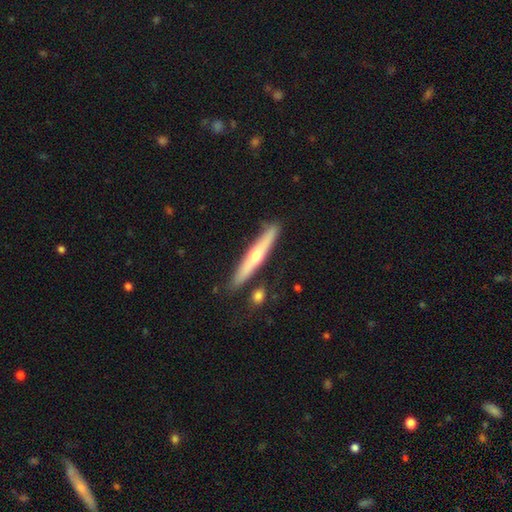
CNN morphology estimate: Smooth or featured? featured or disk (56%)
Edge-on disk? yes (93%)
Edge-on bulge? rounded (85%)
Merging? none (85%)